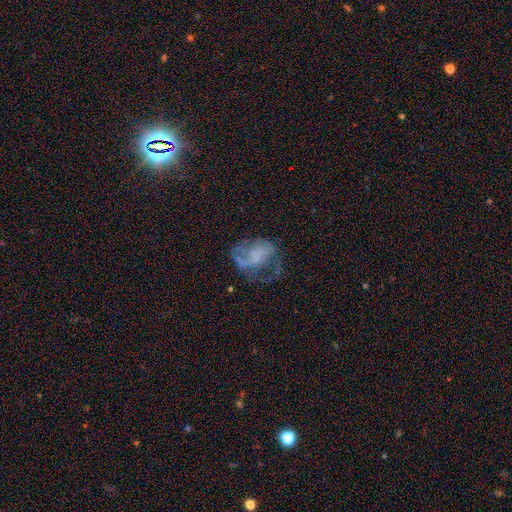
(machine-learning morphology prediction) A featured or disk galaxy (62%) with no bar (64%), spiral arms (60%) and no central bulge (60%). Merging: none (38%).